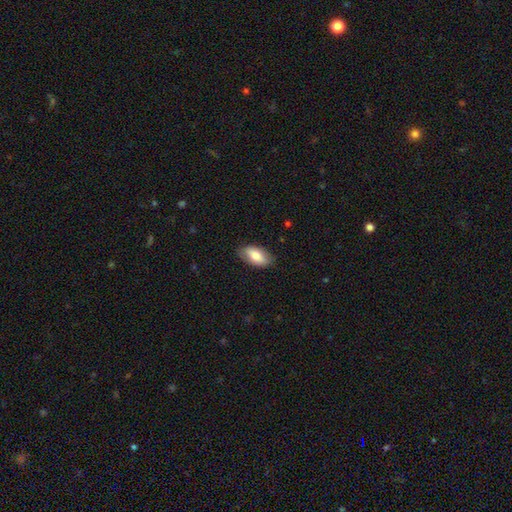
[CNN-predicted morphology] Smooth or featured? smooth (75%)
How rounded? in between (93%)
Merging? none (82%)